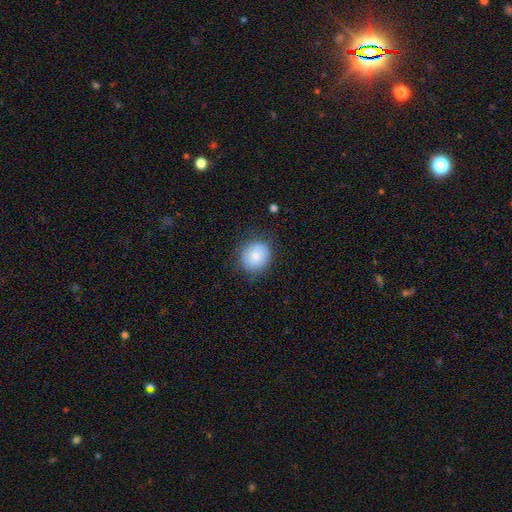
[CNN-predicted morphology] smooth_or_featured: smooth (p=0.83) [alt: featured or disk p=0.09]
how_rounded: round (p=0.79) [alt: in between p=0.20]
merging: none (p=0.80) [alt: minor disturbance p=0.15]